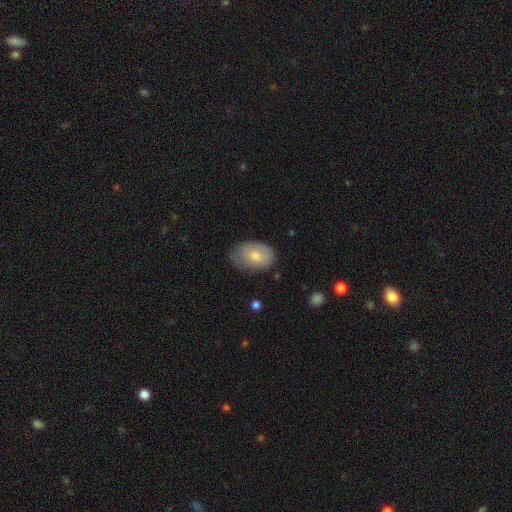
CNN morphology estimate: smooth_or_featured: smooth (p=0.75) [alt: featured or disk p=0.19]
how_rounded: in between (p=0.86) [alt: round p=0.13]
merging: none (p=0.68) [alt: minor disturbance p=0.25]